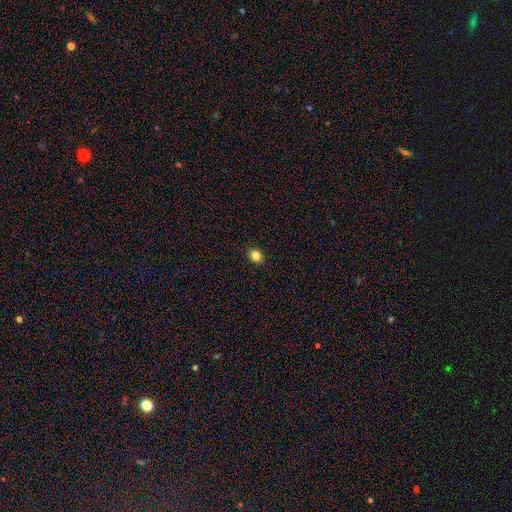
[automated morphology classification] Smooth or featured?
  - smooth: 84% *
  - star or artifact: 11%
  - featured or disk: 5%
How rounded?
  - round: 58% *
  - in between: 41%
  - cigar-shaped: 1%
Merging?
  - none: 91% *
  - minor disturbance: 6%
  - major disturbance: 2%
  - merger: 1%